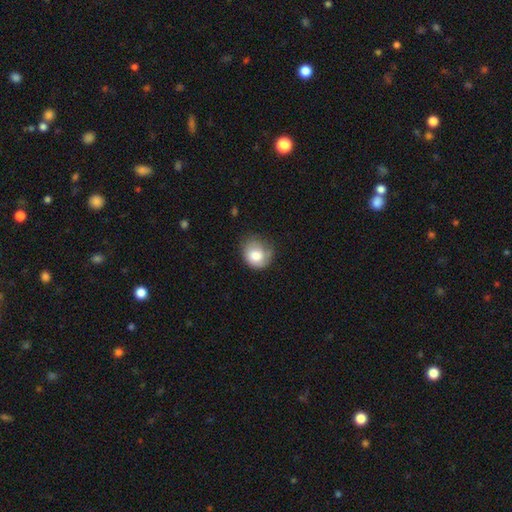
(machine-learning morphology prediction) A smooth galaxy with no disk features (77%) that is round (76%). Merging: none (53%).